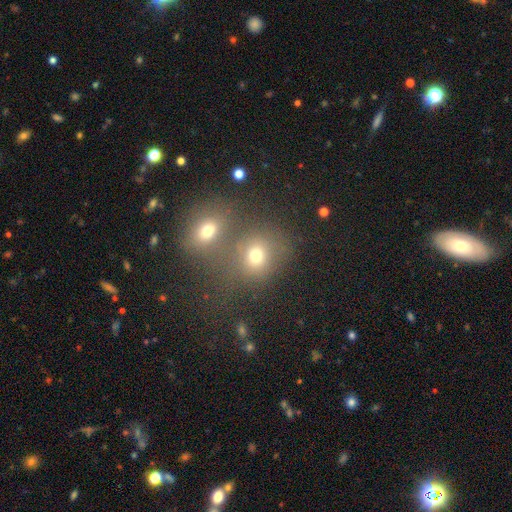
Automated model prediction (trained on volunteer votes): Smooth or featured? smooth (71%)
How rounded? round (71%)
Merging? none (45%)